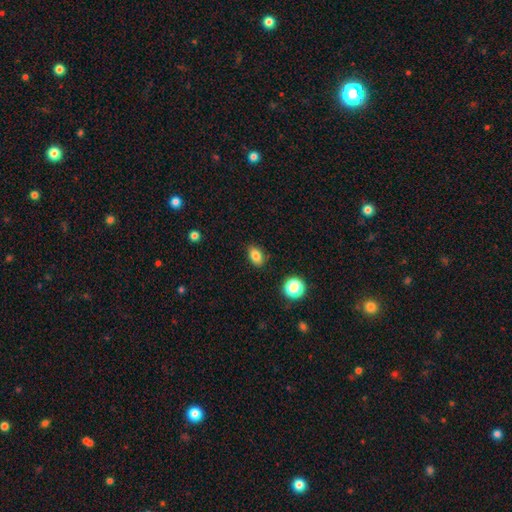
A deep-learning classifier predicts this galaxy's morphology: smooth 82%, star or artifact 11%, featured or disk 7%. Down the decision tree: how rounded — in between (81%); merging — none (85%).